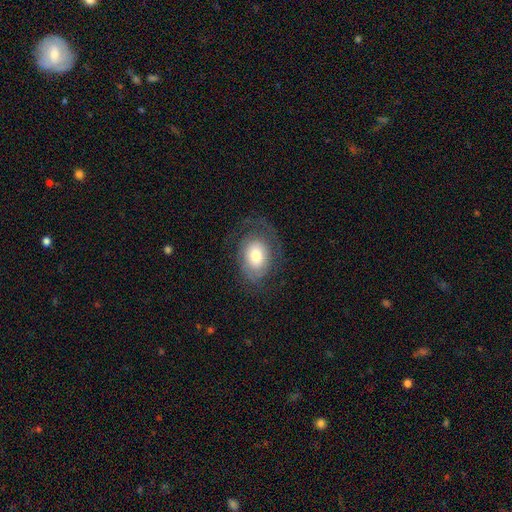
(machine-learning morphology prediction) type=smooth (50%); merging=none (62%).